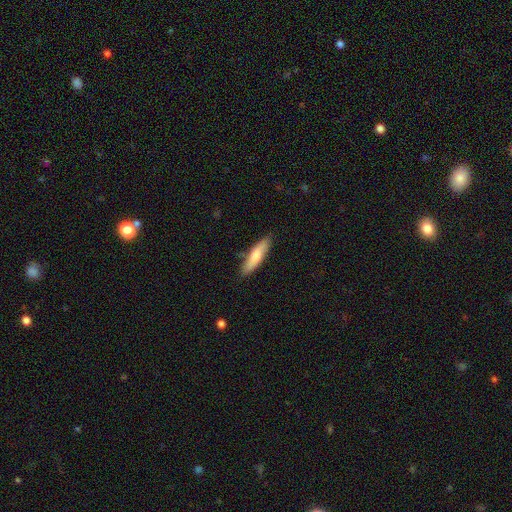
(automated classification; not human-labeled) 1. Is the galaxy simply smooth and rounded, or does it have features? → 73% smooth, 21% featured or disk, 6% star or artifact.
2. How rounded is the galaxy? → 71% cigar-shaped, 27% in between, 2% round.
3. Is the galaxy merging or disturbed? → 84% none, 12% minor disturbance, 2% major disturbance, 2% merger.